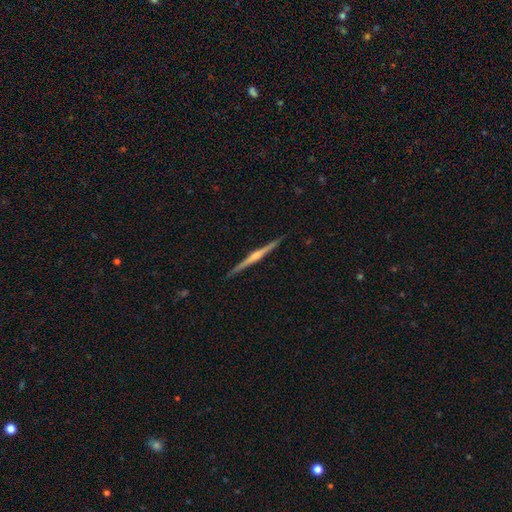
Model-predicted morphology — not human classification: Smooth or featured? featured or disk (79%)
Edge-on disk? yes (99%)
Edge-on bulge? rounded (72%)
Merging? none (92%)